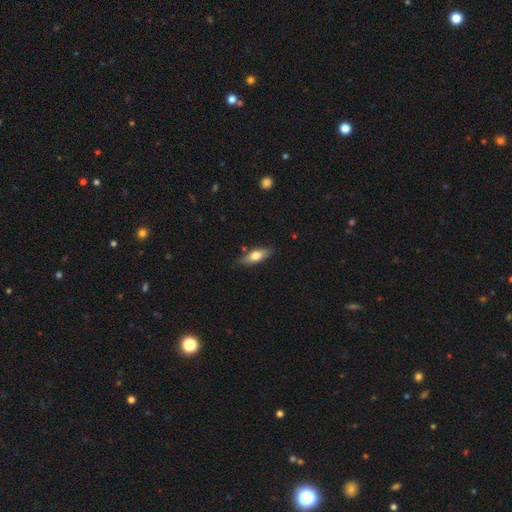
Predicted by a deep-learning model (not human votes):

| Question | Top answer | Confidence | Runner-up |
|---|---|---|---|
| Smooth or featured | smooth | 65% | featured or disk (29%) |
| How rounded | in between | 62% | cigar-shaped (35%) |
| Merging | none | 82% | minor disturbance (14%) |